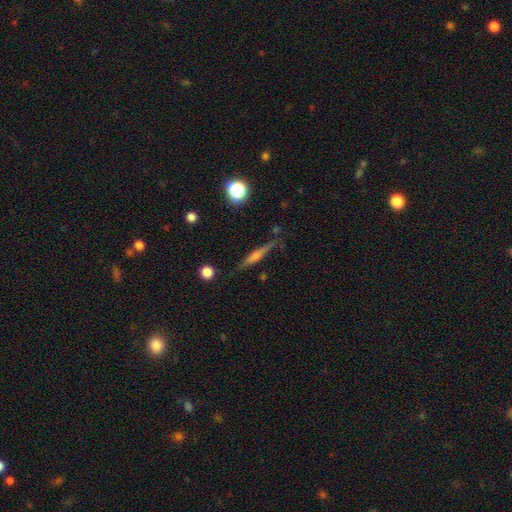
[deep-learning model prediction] A featured or disk galaxy (59%) viewed edge-on (96%) with a rounded central bulge (62%). Merging: none (84%).